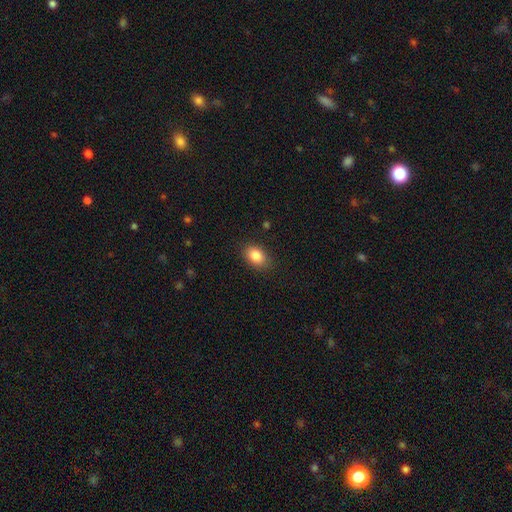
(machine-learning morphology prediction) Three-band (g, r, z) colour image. It shows a smooth galaxy with no disk features (86%) that is in between round and cigar-shaped (83%). Merging: none (86%).